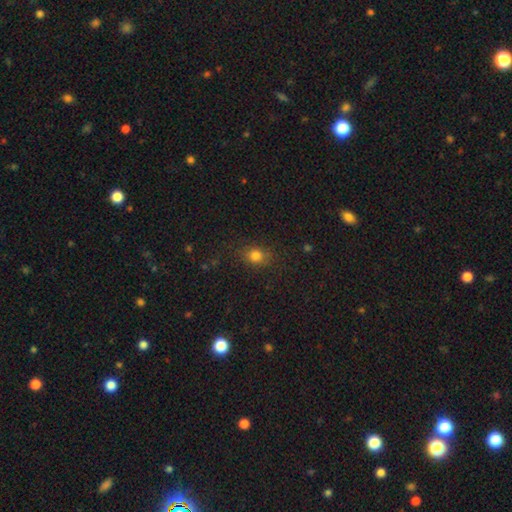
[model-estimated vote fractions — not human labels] A smooth galaxy with no disk features (78%) that is round (55%).

Vote fractions:
- Smooth or featured? smooth: 78% / star or artifact: 14% / featured or disk: 7%
- How rounded? round: 55% / in between: 43% / cigar-shaped: 2%
- Merging? none: 82% / minor disturbance: 13% / major disturbance: 4% / merger: 1%